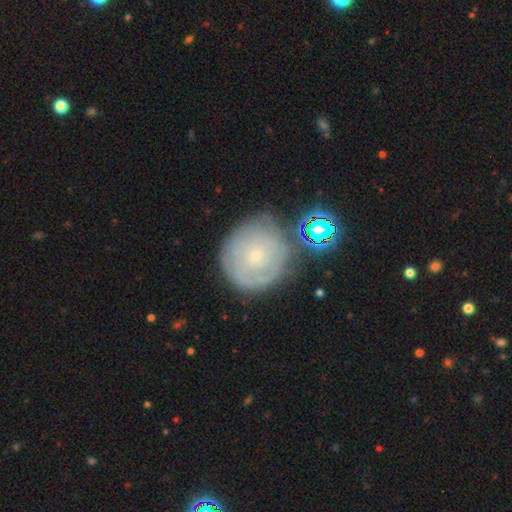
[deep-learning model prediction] The model was most divided on "smooth or featured": featured or disk: 54%, smooth: 36%, star or artifact: 11%. More confident: edge-on disk — no (97%); bar — no (84%); bulge size — small (83%); spiral arms — yes (68%); merging — none (66%).